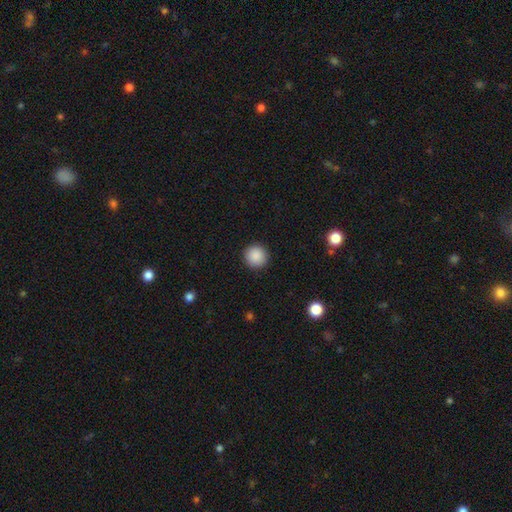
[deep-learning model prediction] Smooth or featured: smooth — 89% (star or artifact — 8%)
How rounded: round — 95% (in between — 4%)
Merging: none — 92% (minor disturbance — 5%)